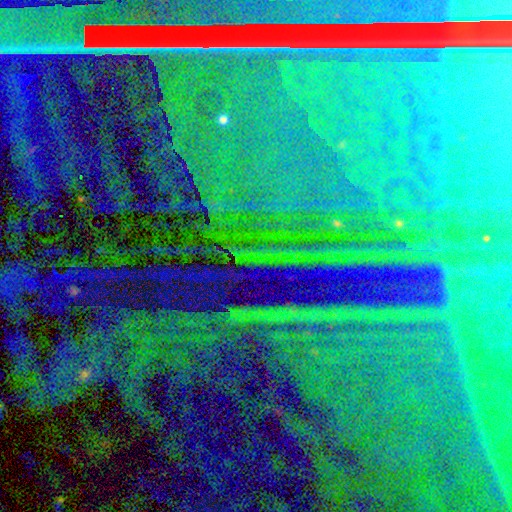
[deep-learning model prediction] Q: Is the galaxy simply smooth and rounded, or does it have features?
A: star or artifact — 88%.